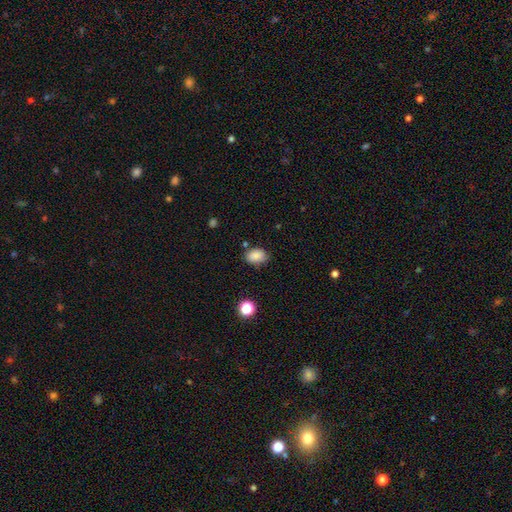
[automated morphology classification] Smooth or featured: smooth — 86% (star or artifact — 9%)
How rounded: in between — 80% (round — 19%)
Merging: none — 76% (minor disturbance — 17%)